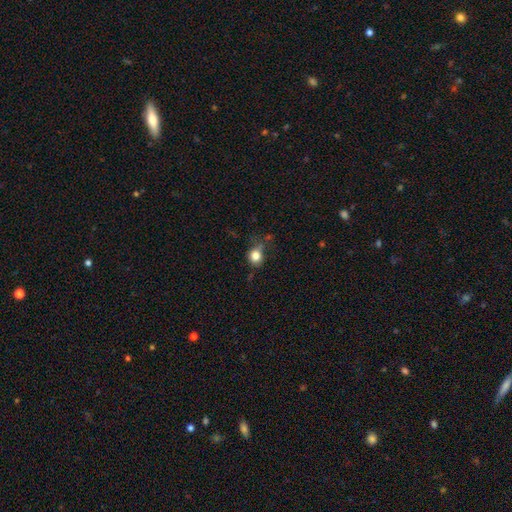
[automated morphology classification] Smooth or featured? Predicted: smooth (p=0.80). How rounded? Predicted: round (p=0.75). Merging? Predicted: none (p=0.55).